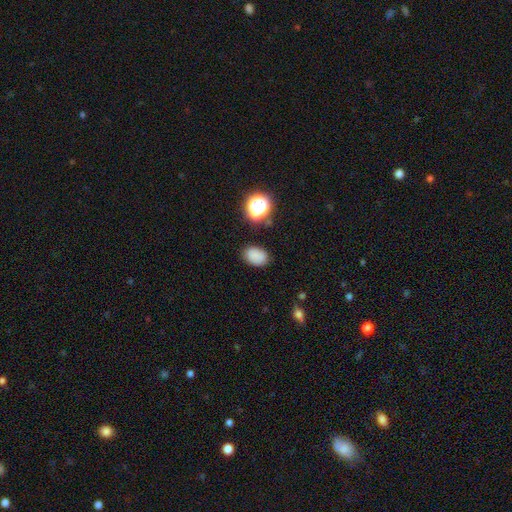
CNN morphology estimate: Smooth or featured? smooth (81%)
How rounded? in between (80%)
Merging? none (81%)